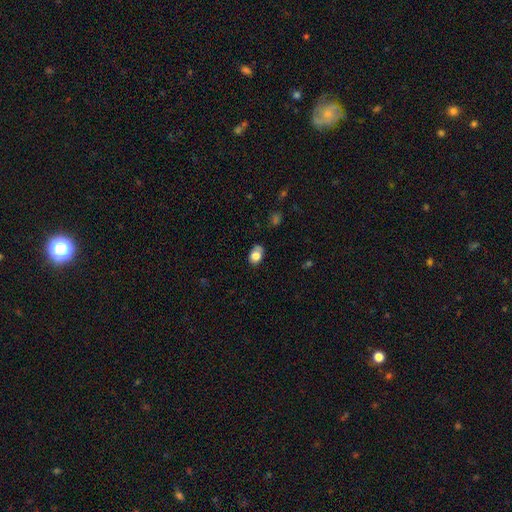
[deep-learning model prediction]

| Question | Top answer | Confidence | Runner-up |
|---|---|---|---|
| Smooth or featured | smooth | 79% | featured or disk (11%) |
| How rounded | in between | 60% | round (39%) |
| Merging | none | 61% | minor disturbance (27%) |